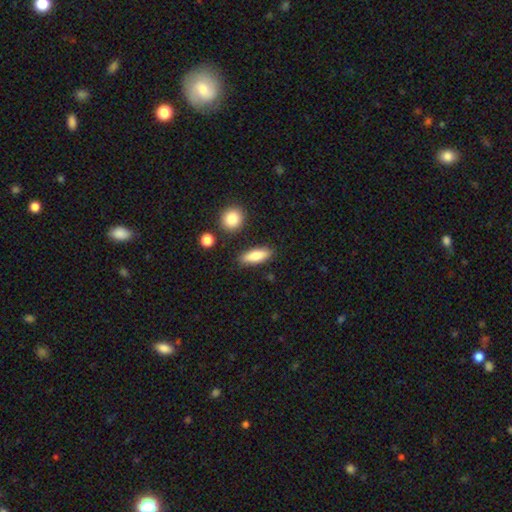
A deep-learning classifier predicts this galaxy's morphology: type=smooth (80%); roundness=in between (57%); merging=none (85%).